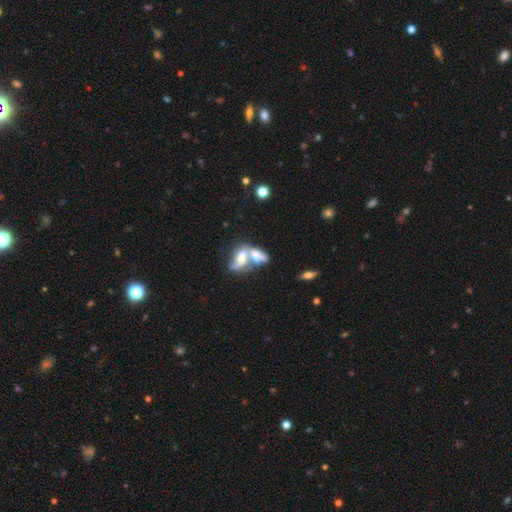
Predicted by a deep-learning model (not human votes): A smooth galaxy with no disk features (48%). Merging: merger (75%).